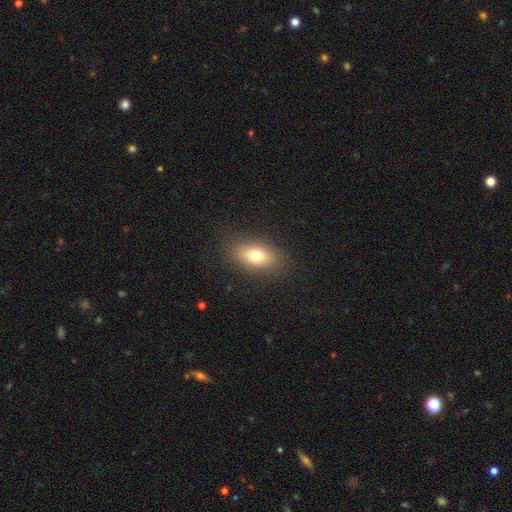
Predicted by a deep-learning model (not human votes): This appears to be a smooth galaxy with no disk features (74%) that is in between round and cigar-shaped (83%). Merging: none (86%).